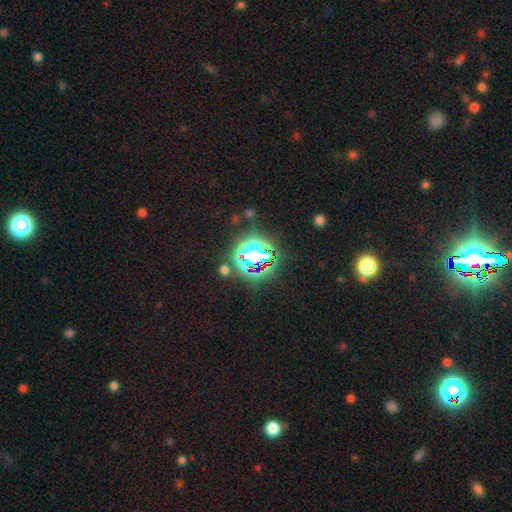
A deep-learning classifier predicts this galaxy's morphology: A star or artifact, not a galaxy (62%).